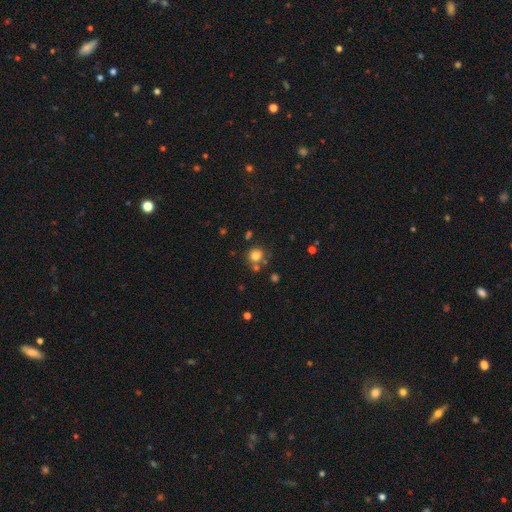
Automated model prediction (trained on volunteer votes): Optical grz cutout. It shows a smooth galaxy with no disk features (79%) that is round (85%). Merging: none (70%).